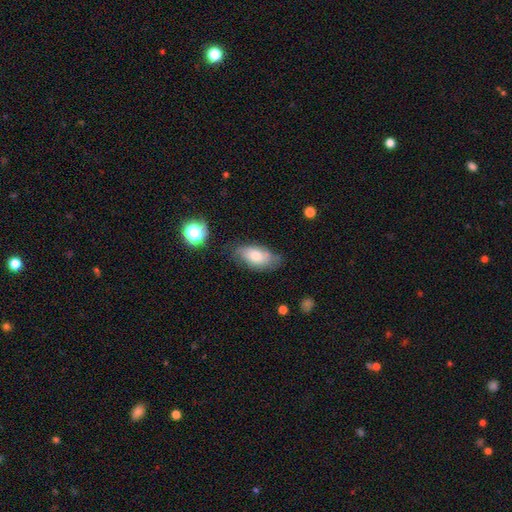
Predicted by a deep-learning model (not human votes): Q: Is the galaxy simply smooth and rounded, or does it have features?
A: smooth — 68%.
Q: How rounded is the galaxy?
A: in between — 89%.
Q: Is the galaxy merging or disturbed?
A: none — 67%.